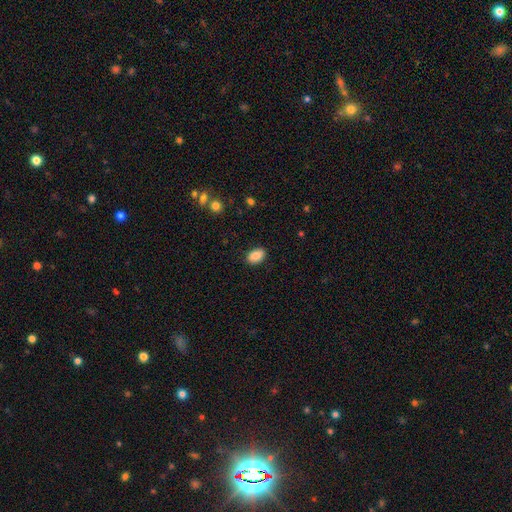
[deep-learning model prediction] The model was most divided on "merging": none: 88%, minor disturbance: 9%, major disturbance: 2%, merger: 1%. More confident: how rounded — in between (89%); smooth or featured — smooth (86%).